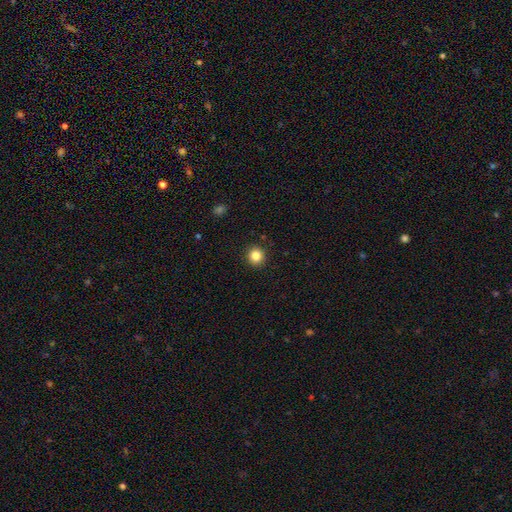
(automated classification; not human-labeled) smooth 84%, star or artifact 11%, featured or disk 5%. Down the decision tree: how rounded — round (91%); merging — none (92%).